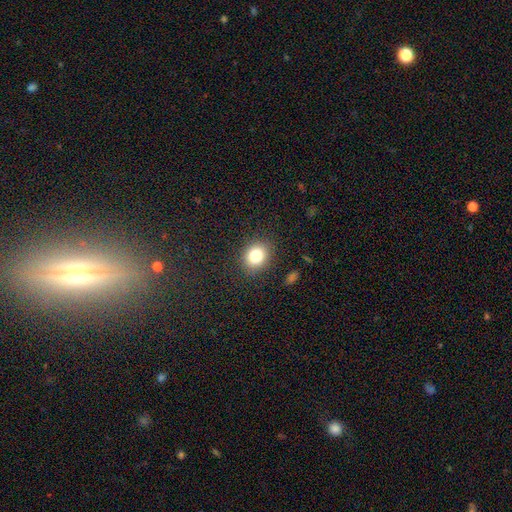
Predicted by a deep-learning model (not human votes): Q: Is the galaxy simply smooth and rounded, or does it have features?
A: smooth — 82%.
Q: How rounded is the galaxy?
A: round — 59%.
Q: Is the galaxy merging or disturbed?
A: none — 87%.